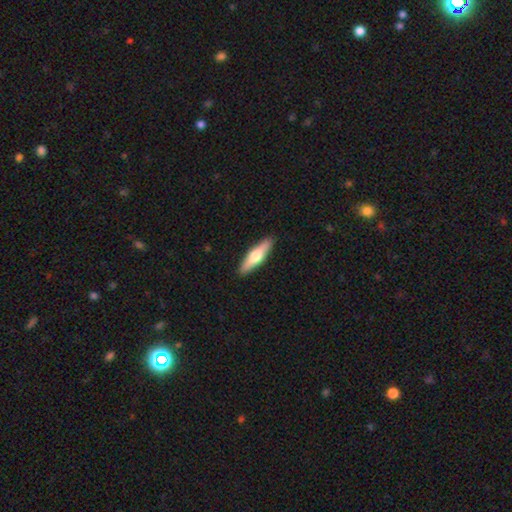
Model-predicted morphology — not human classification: The model was most divided on "smooth or featured": smooth: 54%, featured or disk: 41%, star or artifact: 5%. More confident: merging — none (91%); how rounded — cigar-shaped (70%).